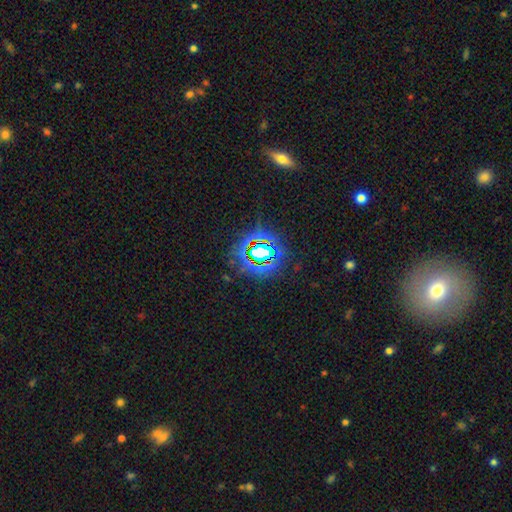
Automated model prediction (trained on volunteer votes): This is likely a star or artifact rather than a galaxy (73%).